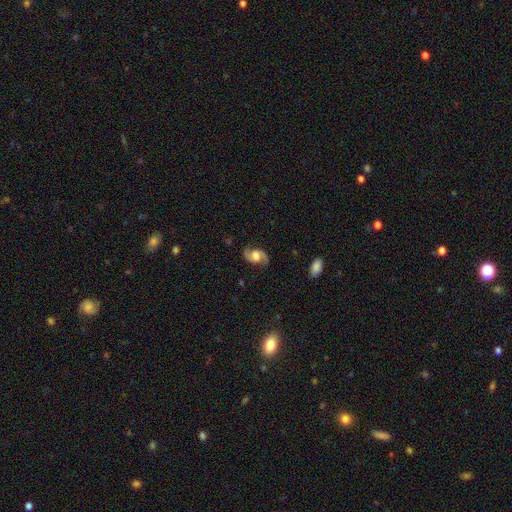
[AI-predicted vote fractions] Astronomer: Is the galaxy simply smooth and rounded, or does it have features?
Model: featured or disk — 83%.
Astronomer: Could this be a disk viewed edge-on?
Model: no — 97%.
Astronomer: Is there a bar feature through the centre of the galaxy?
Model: no — 50% (runner-up: weak, 39%).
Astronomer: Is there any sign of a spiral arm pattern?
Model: yes — 95%.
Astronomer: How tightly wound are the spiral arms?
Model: medium — 47% (runner-up: loose, 41%).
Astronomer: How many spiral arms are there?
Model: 2 — 93%.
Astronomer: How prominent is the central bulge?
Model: moderate — 45% (runner-up: large, 37%).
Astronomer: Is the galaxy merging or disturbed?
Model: none — 81%.